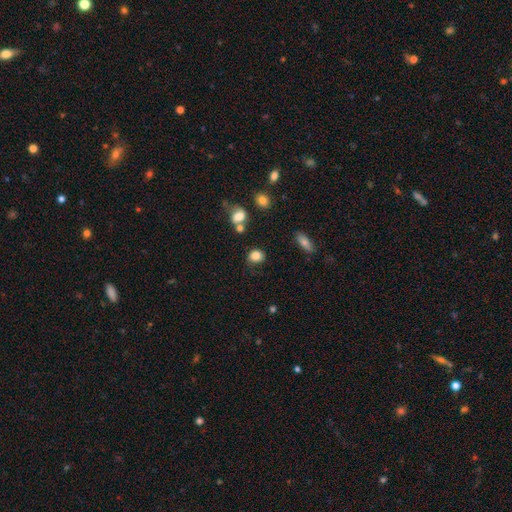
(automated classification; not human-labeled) smooth-or-featured: smooth: 83% | star or artifact: 10% | featured or disk: 7%
  how-rounded: round: 61% | in between: 38% | cigar-shaped: 1%
  merging: none: 72% | minor disturbance: 17% | merger: 6% | major disturbance: 5%